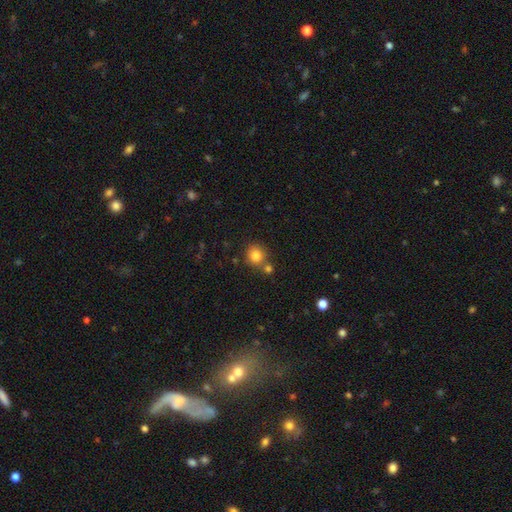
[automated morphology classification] smooth-or-featured: smooth: 82% | star or artifact: 11% | featured or disk: 7%
  how-rounded: round: 87% | in between: 12% | cigar-shaped: 1%
  merging: none: 67% | merger: 21% | minor disturbance: 9% | major disturbance: 3%